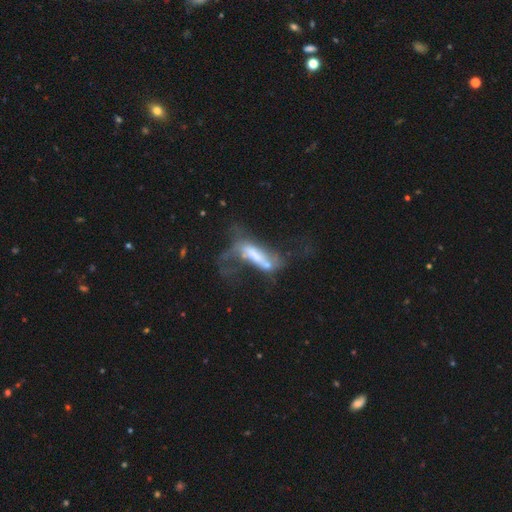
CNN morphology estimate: The model was most divided on "merging": major disturbance: 42%, merger: 29%, none: 17%, minor disturbance: 12%. More confident: edge-on disk — no (79%); smooth or featured — featured or disk (52%).